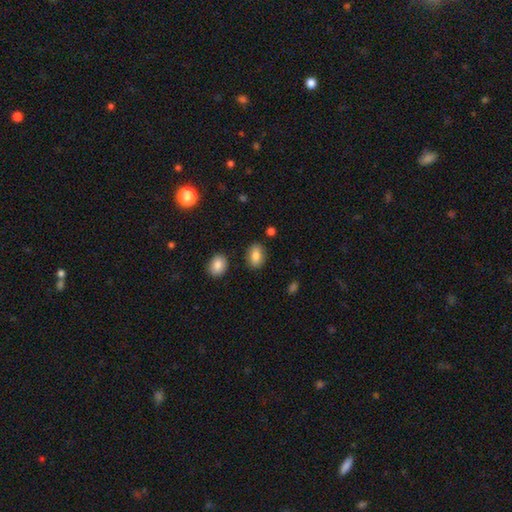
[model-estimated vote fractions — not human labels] This appears to be a smooth galaxy with no disk features (84%) that is in between round and cigar-shaped (85%). Merging: none (85%).